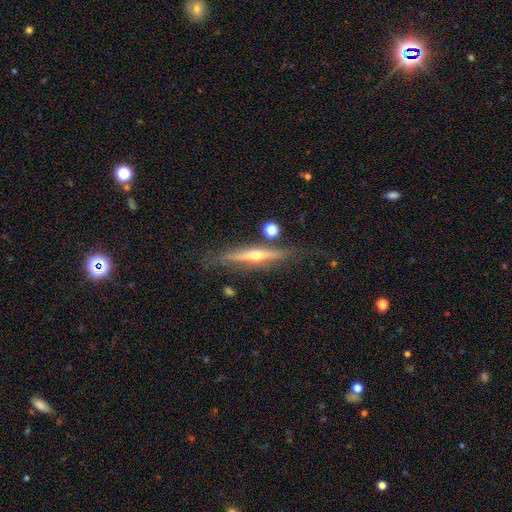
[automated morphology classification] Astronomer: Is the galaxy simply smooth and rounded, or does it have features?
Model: featured or disk — 76%.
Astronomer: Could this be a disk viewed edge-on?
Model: yes — 96%.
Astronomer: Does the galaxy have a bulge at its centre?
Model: rounded — 90%.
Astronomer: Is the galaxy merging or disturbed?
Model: none — 80%.